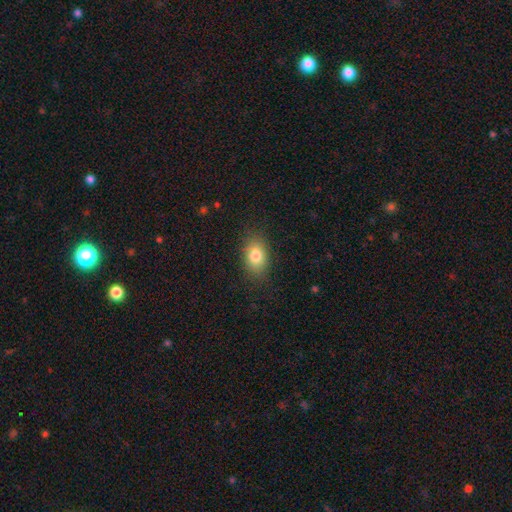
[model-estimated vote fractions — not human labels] This appears to be a smooth galaxy with no disk features (81%) that is in between round and cigar-shaped (79%). Merging: none (84%).